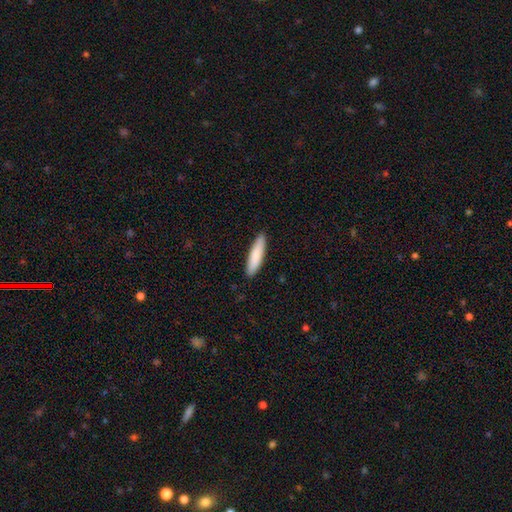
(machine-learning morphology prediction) The model was most divided on "how rounded": cigar-shaped: 78%, in between: 21%, round: 1%. More confident: merging — none (89%); smooth or featured — smooth (83%).